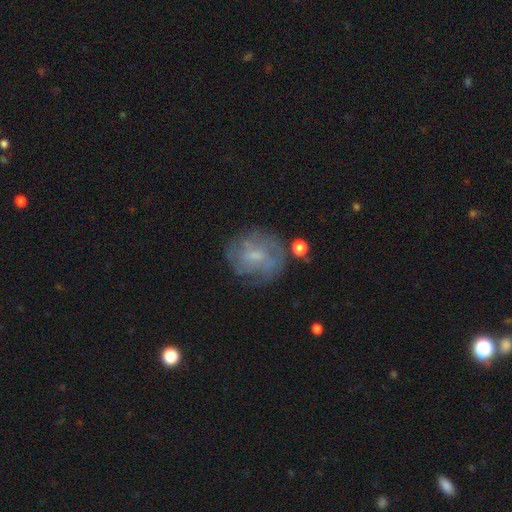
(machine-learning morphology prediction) This is possibly a featured or disk galaxy (56%). It is clearly not viewed edge-on (97%). Bar: possibly no (48%). Spiral arm pattern: likely yes (64%). Central bulge: possibly small (54%). Merging: likely none (66%).